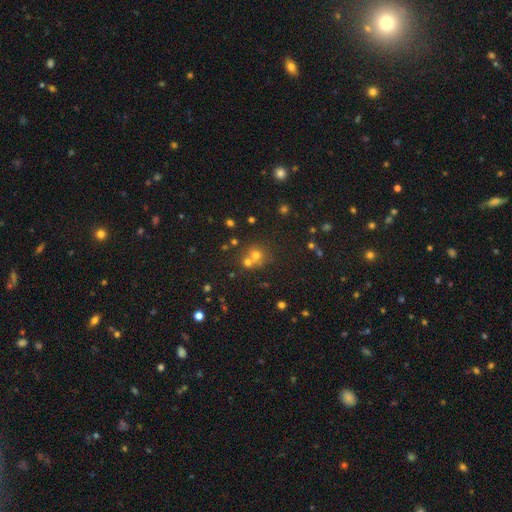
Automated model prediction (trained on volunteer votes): This is likely a smooth galaxy (62%). How rounded: clearly round (84%). Merging: possibly none (47%).